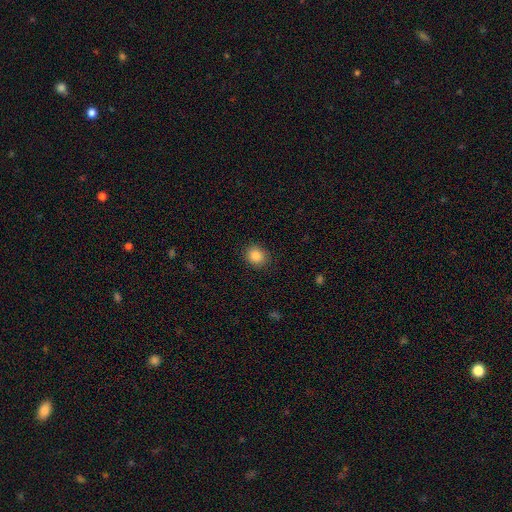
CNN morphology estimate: Smooth or featured?
  - smooth: 86% *
  - star or artifact: 10%
  - featured or disk: 4%
How rounded?
  - round: 72% *
  - in between: 27%
  - cigar-shaped: 1%
Merging?
  - none: 88% *
  - minor disturbance: 9%
  - major disturbance: 3%
  - merger: 1%